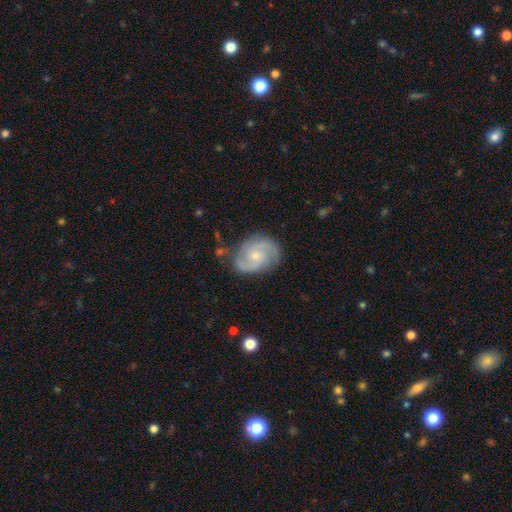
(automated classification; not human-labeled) Overall: featured or disk (82%). Edge-on disk: no (98%). Bar: no (63%; weak 32%). Spiral arms: yes (96%). Spiral arm count: 2 (79%). Spiral winding: medium (51%; tight 34%). Bulge size: small (64%; moderate 31%). Merging: none (76%).